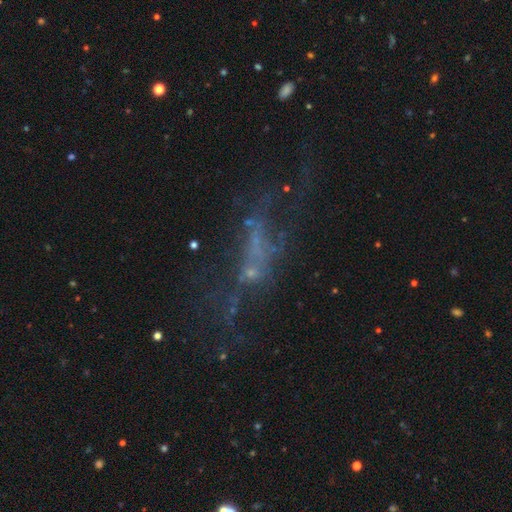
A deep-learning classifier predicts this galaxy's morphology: The model was most divided on "merging": none: 42%, major disturbance: 34%, minor disturbance: 15%, merger: 9%. Remaining: smooth or featured — featured or disk (46%).